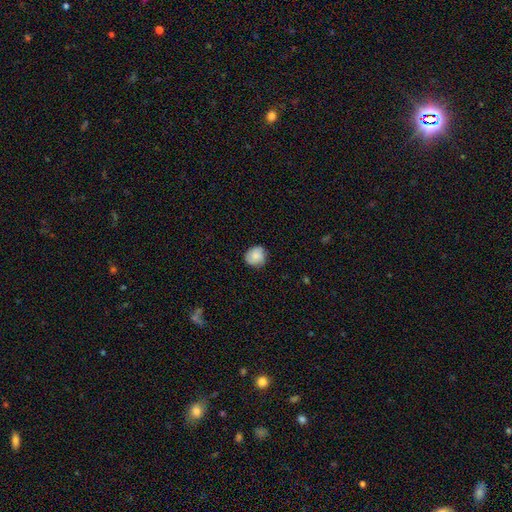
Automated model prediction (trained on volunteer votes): This appears to be a smooth galaxy with no disk features (77%) that is round (82%). Merging: none (80%).